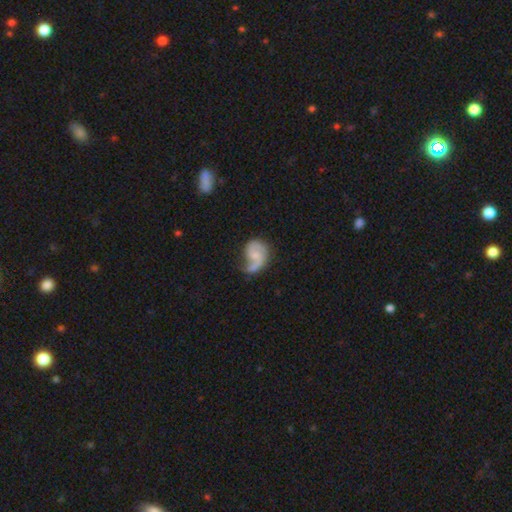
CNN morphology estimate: Smooth or featured: featured or disk — 73% (smooth — 21%)
Edge-on disk: no — 98% (yes — 2%)
Bar: no — 60% (weak — 34%)
Spiral arms: yes — 92% (no — 8%)
Spiral winding: medium — 43% (loose — 35%)
Spiral arm count: 2 — 55% (1 — 36%)
Bulge size: small — 50% (moderate — 36%)
Merging: none — 42% (minor disturbance — 29%)